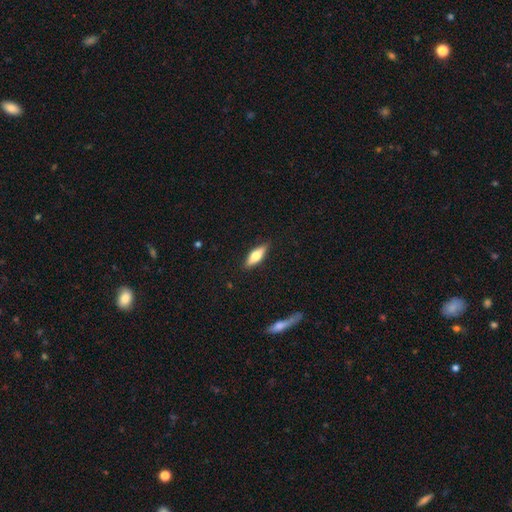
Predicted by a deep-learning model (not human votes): The model was most divided on "how rounded": in between: 56%, cigar-shaped: 42%, round: 2%. More confident: merging — none (87%); smooth or featured — smooth (62%).